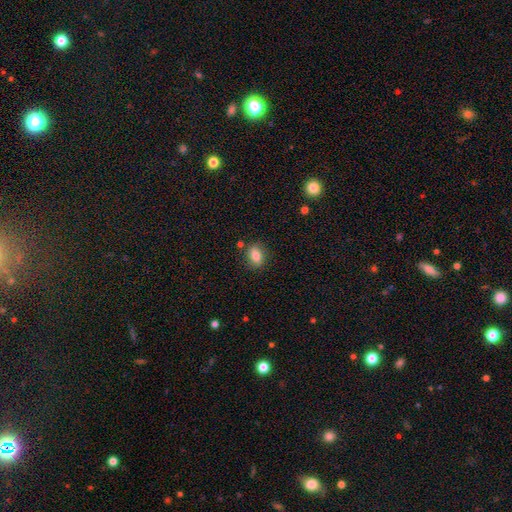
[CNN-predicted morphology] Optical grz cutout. It shows a smooth galaxy with no disk features (82%) that is in between round and cigar-shaped (74%). Merging: none (81%).